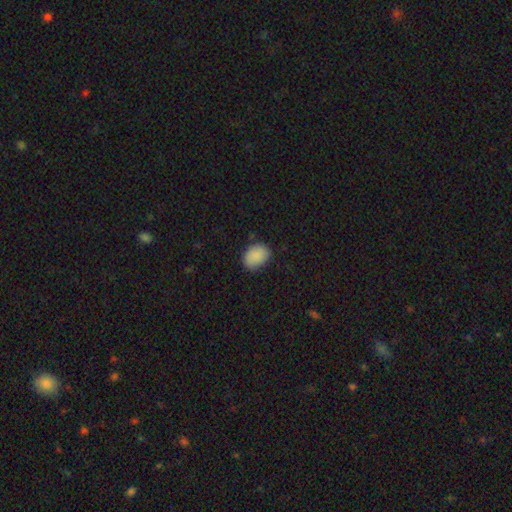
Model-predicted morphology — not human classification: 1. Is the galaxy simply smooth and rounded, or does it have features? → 88% smooth, 7% star or artifact, 4% featured or disk.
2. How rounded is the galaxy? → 73% in between, 26% round, 1% cigar-shaped.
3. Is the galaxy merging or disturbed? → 77% none, 18% minor disturbance, 3% major disturbance, 1% merger.